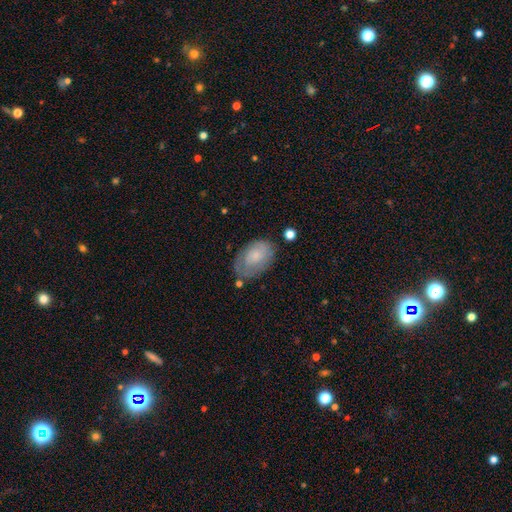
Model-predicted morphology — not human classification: A smooth galaxy with no disk features (60%) that is in between round and cigar-shaped (90%).

Vote fractions:
- Smooth or featured? smooth: 60% / featured or disk: 33% / star or artifact: 7%
- How rounded? in between: 90% / round: 9% / cigar-shaped: 1%
- Merging? none: 63% / minor disturbance: 24% / major disturbance: 9% / merger: 4%